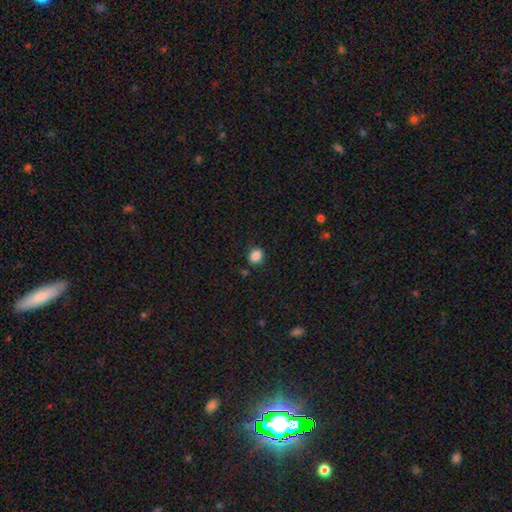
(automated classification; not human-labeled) A smooth galaxy with no disk features (86%) that is round (54%). Merging: none (81%).